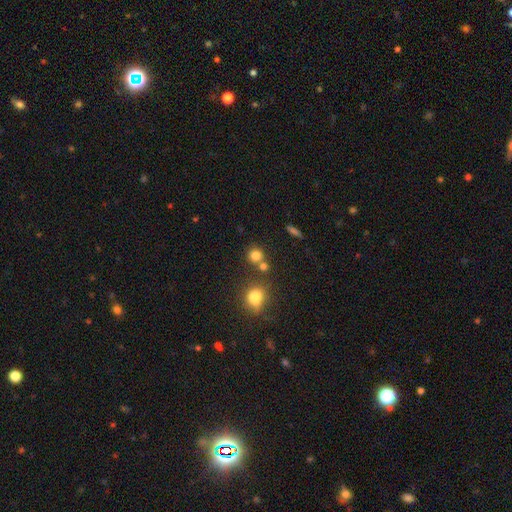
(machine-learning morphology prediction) A smooth galaxy with no disk features (79%) that is round (88%).

Vote fractions:
- Smooth or featured? smooth: 79% / star or artifact: 14% / featured or disk: 7%
- How rounded? round: 88% / in between: 11% / cigar-shaped: 1%
- Merging? none: 65% / merger: 23% / minor disturbance: 9% / major disturbance: 4%